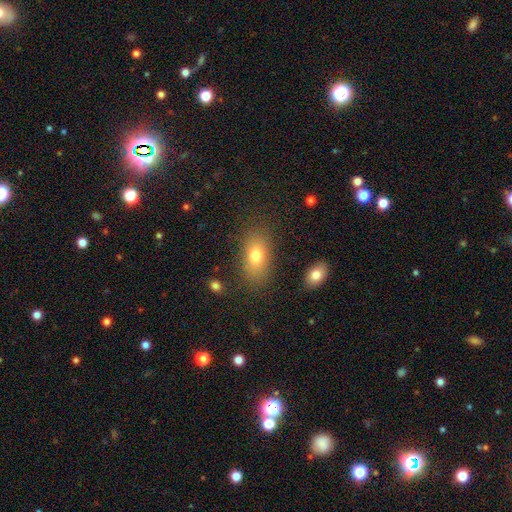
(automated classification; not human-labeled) This appears to be a smooth galaxy with no disk features (75%) that is in between round and cigar-shaped (86%). Merging: none (80%).